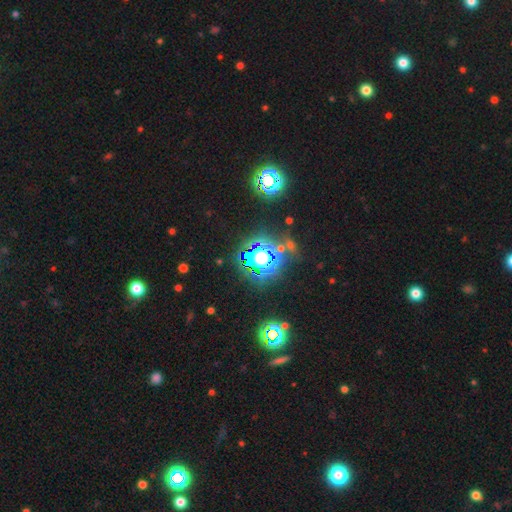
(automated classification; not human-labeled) Morphology: type=star or artifact (81%).